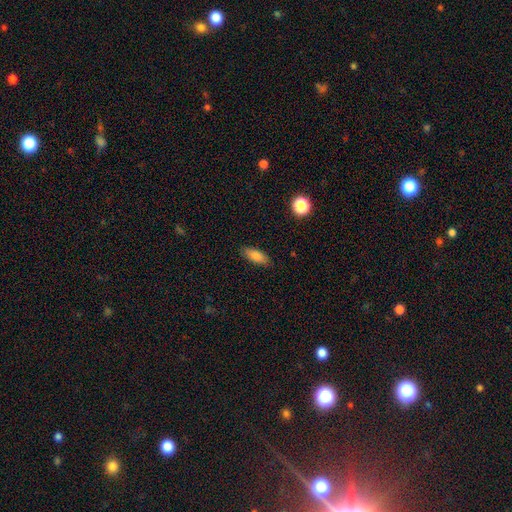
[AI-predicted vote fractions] Smooth or featured? Predicted: smooth (p=0.79). How rounded? Predicted: in between (p=0.76). Merging? Predicted: none (p=0.87).